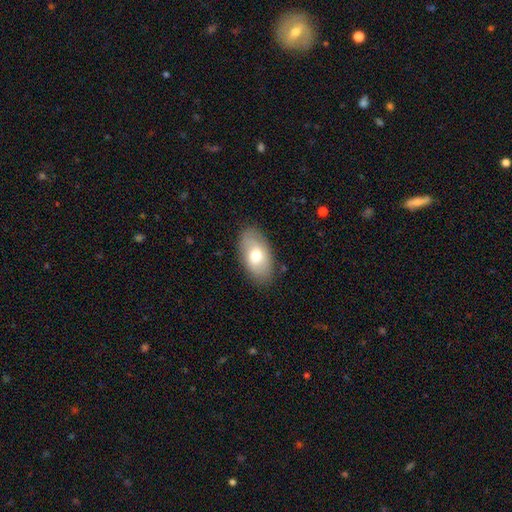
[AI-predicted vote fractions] Q: Smooth or featured?
A: smooth (69%); runner-up: featured or disk (24%)
Q: How rounded?
A: in between (93%); runner-up: round (5%)
Q: Merging?
A: none (84%); runner-up: minor disturbance (12%)